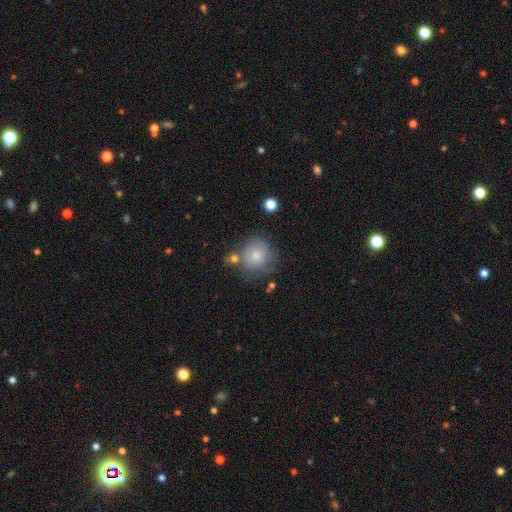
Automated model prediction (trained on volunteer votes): smooth-or-featured: smooth: 74% | featured or disk: 17% | star or artifact: 9%
  how-rounded: round: 85% | in between: 14% | cigar-shaped: 1%
  merging: none: 56% | minor disturbance: 21% | merger: 14% | major disturbance: 9%